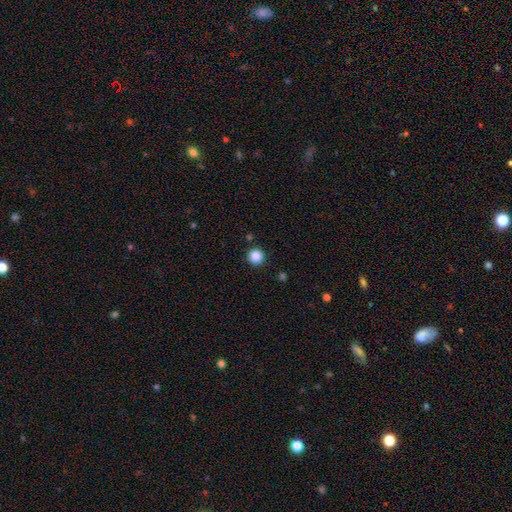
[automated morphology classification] A smooth galaxy with no disk features (86%) that is round (96%).

Vote fractions:
- Smooth or featured? smooth: 86% / star or artifact: 11% / featured or disk: 4%
- How rounded? round: 96% / in between: 3% / cigar-shaped: 1%
- Merging? none: 92% / minor disturbance: 5% / merger: 2% / major disturbance: 2%